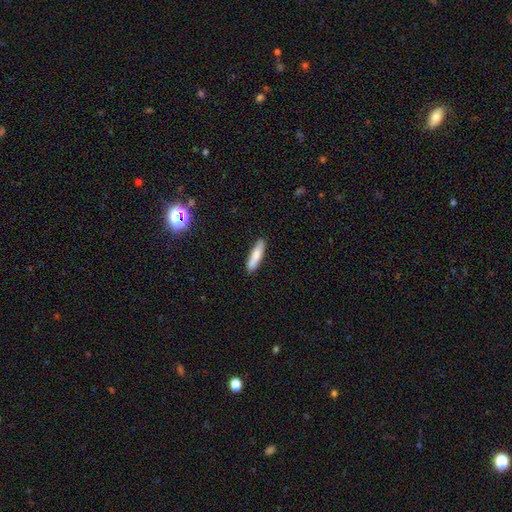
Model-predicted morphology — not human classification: This appears to be a smooth galaxy with no disk features (77%) that is cigar-shaped (78%). Merging: none (87%).